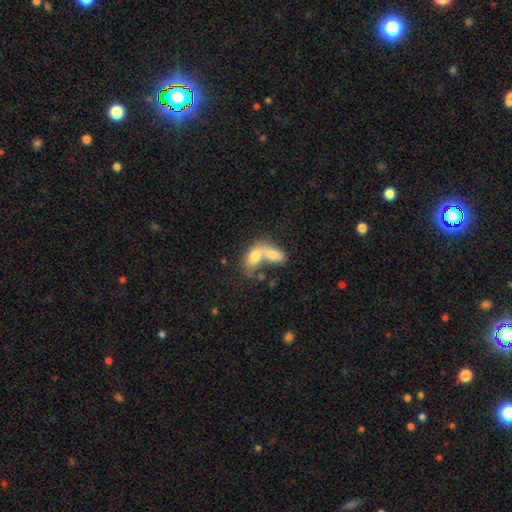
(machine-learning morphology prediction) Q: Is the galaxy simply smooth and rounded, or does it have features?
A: smooth — 70%.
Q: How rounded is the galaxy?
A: in between — 83%.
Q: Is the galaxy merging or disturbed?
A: merger — 76%.